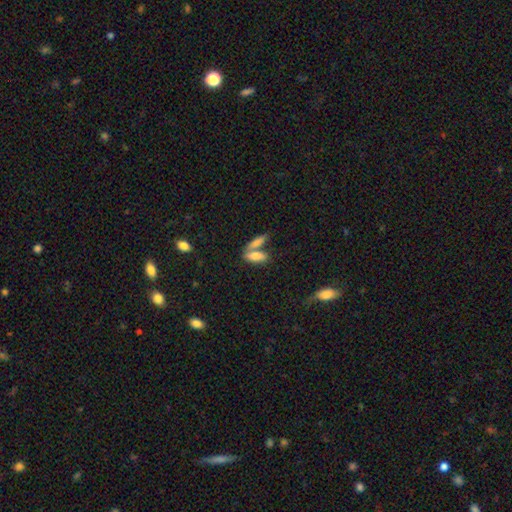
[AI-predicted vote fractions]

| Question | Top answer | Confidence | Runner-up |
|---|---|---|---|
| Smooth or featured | smooth | 76% | featured or disk (16%) |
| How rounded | in between | 71% | cigar-shaped (26%) |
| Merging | merger | 50% | none (36%) |